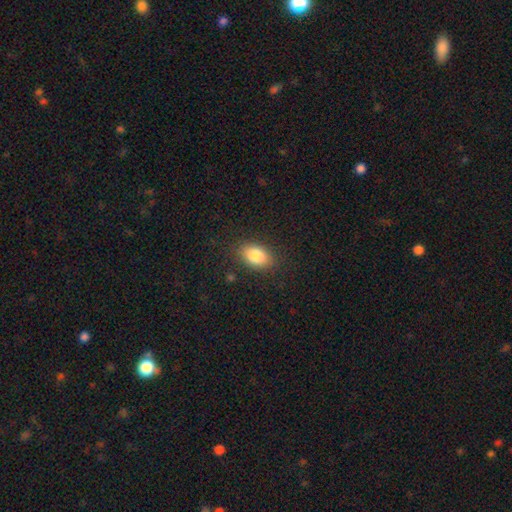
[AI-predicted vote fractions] Smooth or featured?
  - smooth: 84% *
  - featured or disk: 8%
  - star or artifact: 8%
How rounded?
  - in between: 88% *
  - round: 10%
  - cigar-shaped: 2%
Merging?
  - none: 84% *
  - minor disturbance: 11%
  - major disturbance: 3%
  - merger: 1%